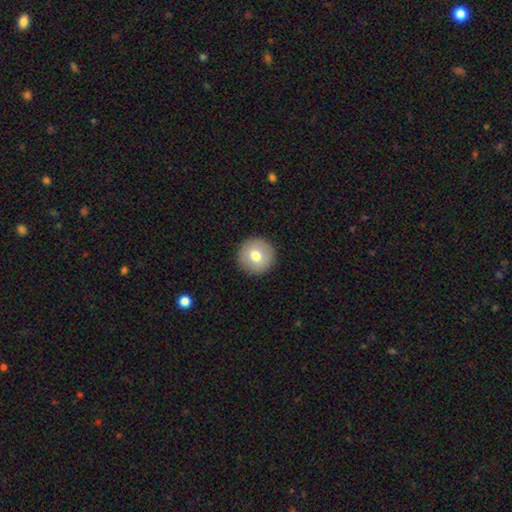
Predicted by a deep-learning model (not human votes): smooth_or_featured: smooth (p=0.75) [alt: featured or disk p=0.17]
how_rounded: round (p=0.96) [alt: in between p=0.03]
merging: none (p=0.92) [alt: minor disturbance p=0.05]